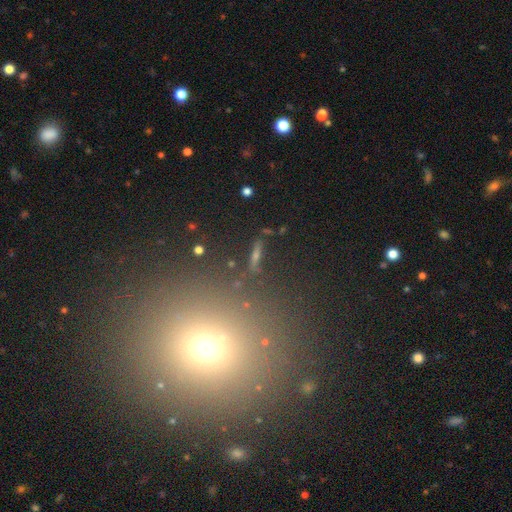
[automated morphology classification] star or artifact 44% (tied), smooth 44% (tied), featured or disk 12%.